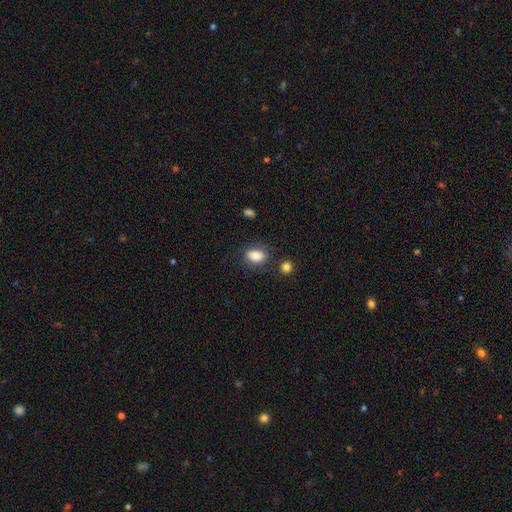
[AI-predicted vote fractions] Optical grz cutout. It shows a smooth galaxy with no disk features (84%) that is in between round and cigar-shaped (75%). Merging: none (71%).